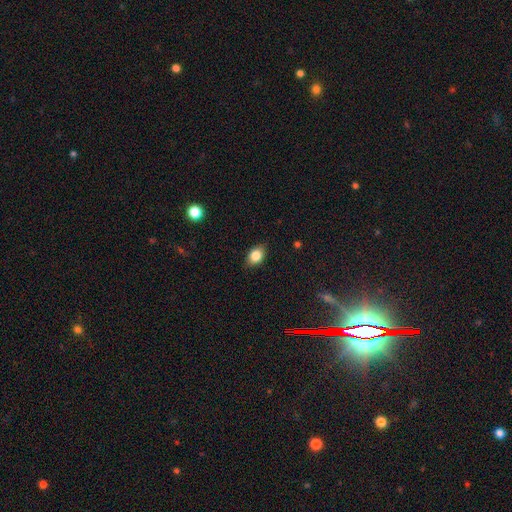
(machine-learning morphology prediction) smooth 82%, star or artifact 9%, featured or disk 9%. Down the decision tree: how rounded — in between (75%); merging — none (82%).